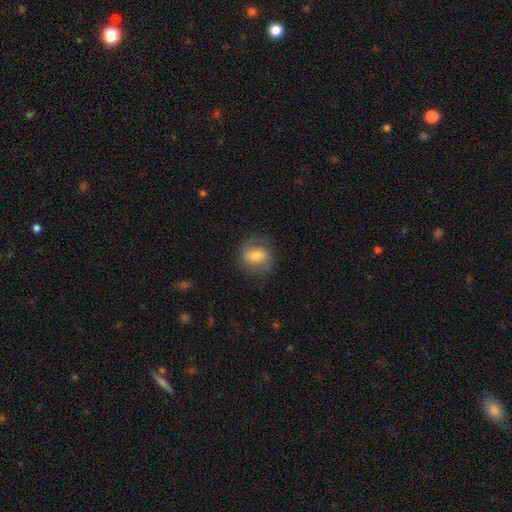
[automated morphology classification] Q: Smooth or featured?
A: smooth (62%); runner-up: featured or disk (30%)
Q: How rounded?
A: round (60%); runner-up: in between (39%)
Q: Merging?
A: none (74%); runner-up: minor disturbance (17%)